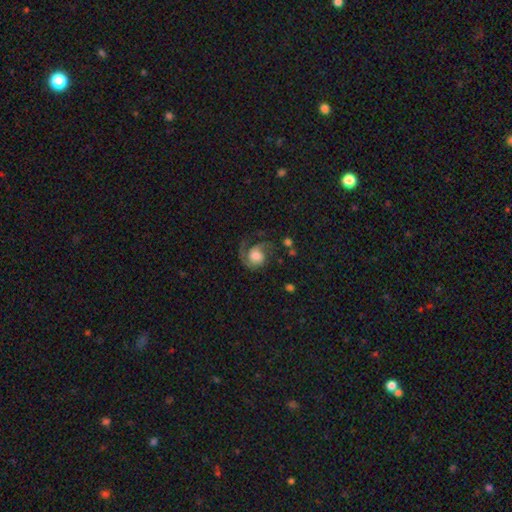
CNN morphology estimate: Smooth or featured: featured or disk — 73% (smooth — 19%)
Edge-on disk: no — 98% (yes — 2%)
Bar: no — 72% (weak — 24%)
Spiral arms: yes — 95% (no — 5%)
Spiral winding: medium — 44% (loose — 31%)
Spiral arm count: 2 — 53% (1 — 33%)
Bulge size: large — 39% (moderate — 33%)
Merging: none — 54% (major disturbance — 25%)